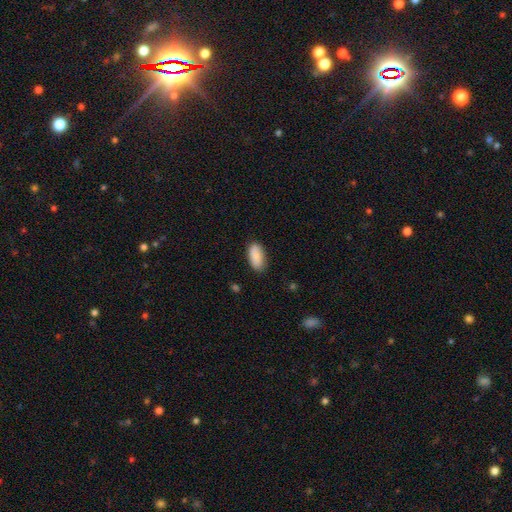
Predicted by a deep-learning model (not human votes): smooth-or-featured: smooth: 88% | star or artifact: 6% | featured or disk: 6%
  how-rounded: in between: 89% | cigar-shaped: 9% | round: 2%
  merging: none: 83% | minor disturbance: 13% | major disturbance: 3% | merger: 1%